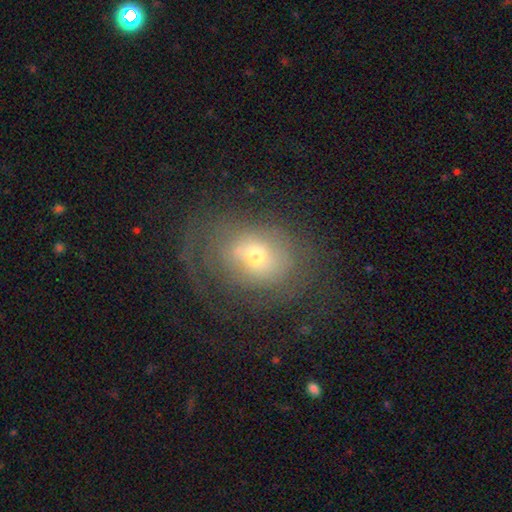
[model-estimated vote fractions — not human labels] Overall: featured or disk (46%; smooth 42%). Merging: none (53%; major disturbance 26%).